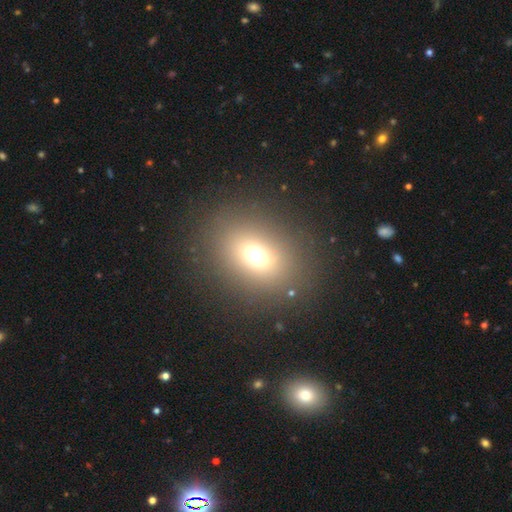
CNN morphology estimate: Smooth or featured: smooth — 66% (star or artifact — 22%)
How rounded: round — 51% (in between — 48%)
Merging: none — 84% (minor disturbance — 8%)